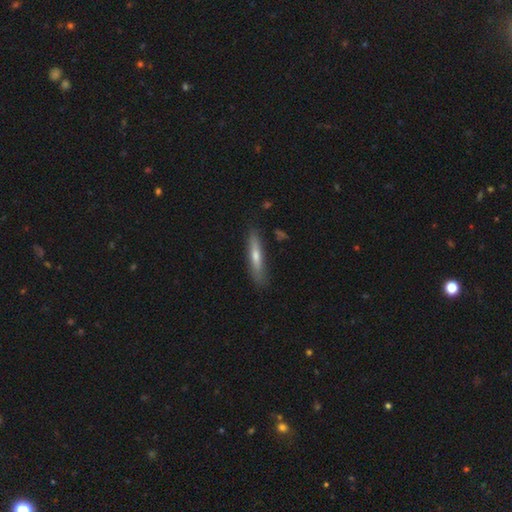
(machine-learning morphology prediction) Smooth or featured: smooth — 53% (featured or disk — 41%)
How rounded: cigar-shaped — 89% (in between — 9%)
Merging: none — 83% (minor disturbance — 13%)